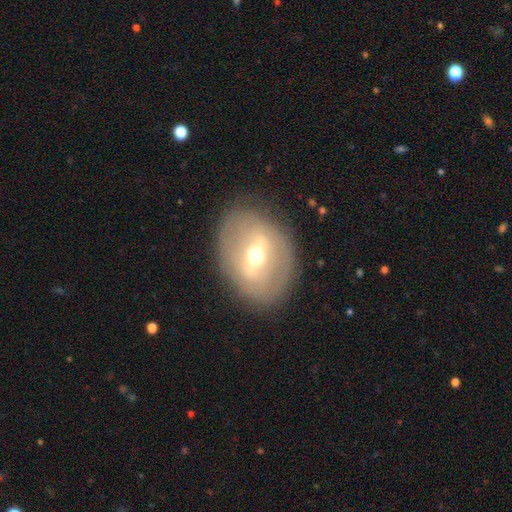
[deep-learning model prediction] Overall: featured or disk (63%; smooth 29%). Edge-on disk: no (89%). Bar: strong (43%; weak 38%). Spiral arms: no (74%). Bulge size: moderate (71%). Merging: none (81%).